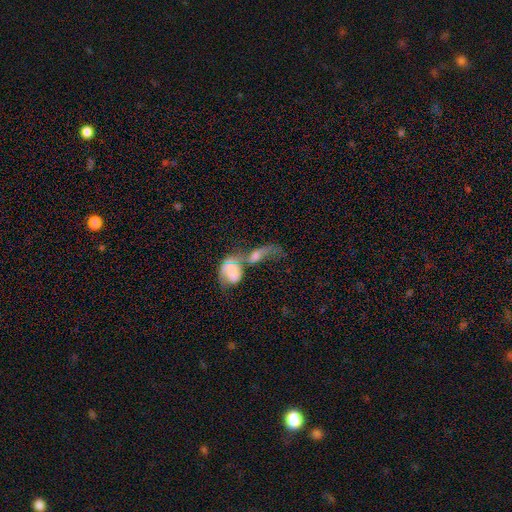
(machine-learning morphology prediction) This is possibly a featured or disk galaxy (48%). Merging: likely merger (66%).